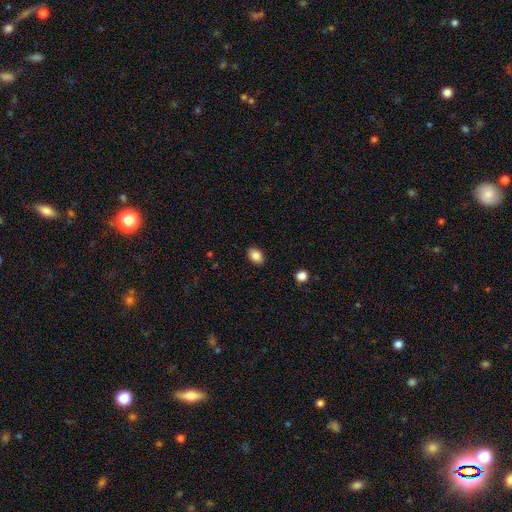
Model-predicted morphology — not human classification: A smooth galaxy with no disk features (87%) that is in between round and cigar-shaped (80%).

Vote fractions:
- Smooth or featured? smooth: 87% / star or artifact: 8% / featured or disk: 5%
- How rounded? in between: 80% / round: 19% / cigar-shaped: 1%
- Merging? none: 88% / minor disturbance: 9% / major disturbance: 2% / merger: 1%